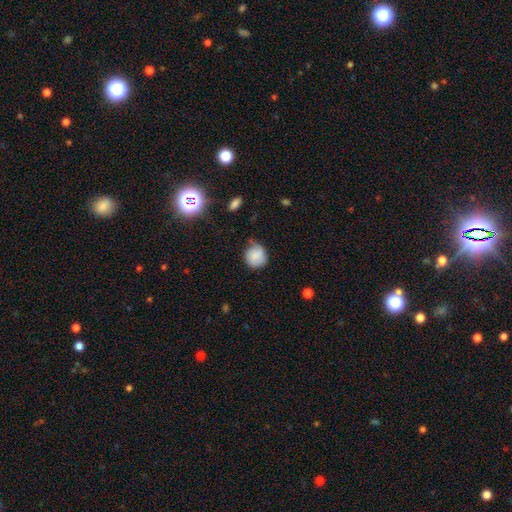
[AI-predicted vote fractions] A smooth galaxy with no disk features (77%) that is round (85%).

Vote fractions:
- Smooth or featured? smooth: 77% / featured or disk: 13% / star or artifact: 10%
- How rounded? round: 85% / in between: 14% / cigar-shaped: 1%
- Merging? none: 63% / minor disturbance: 28% / major disturbance: 7% / merger: 2%